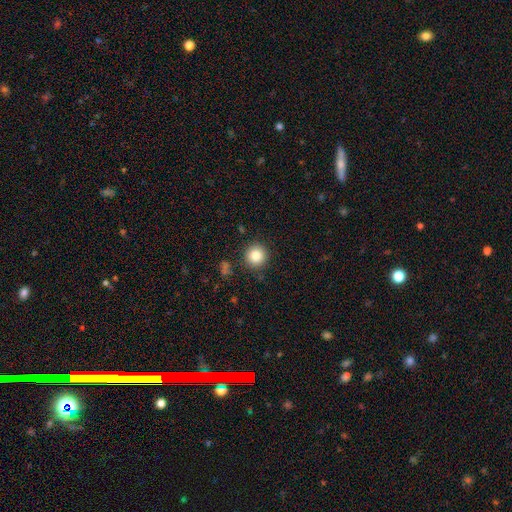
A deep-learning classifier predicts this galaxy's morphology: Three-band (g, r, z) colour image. It shows a smooth galaxy with no disk features (85%) that is round (94%). Merging: none (89%).